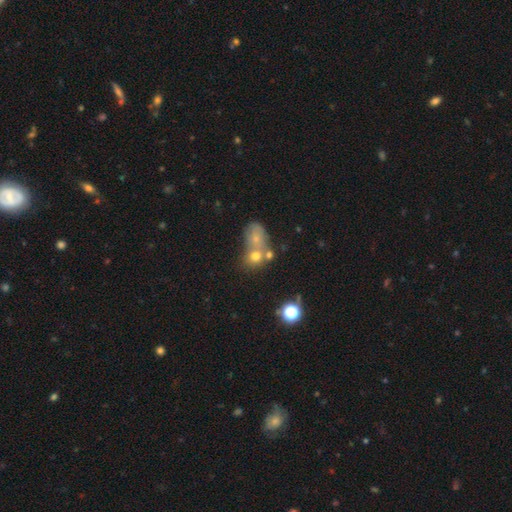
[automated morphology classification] Q: Smooth or featured?
A: smooth (48%); runner-up: star or artifact (27%)
Q: Merging?
A: merger (48%); runner-up: none (36%)